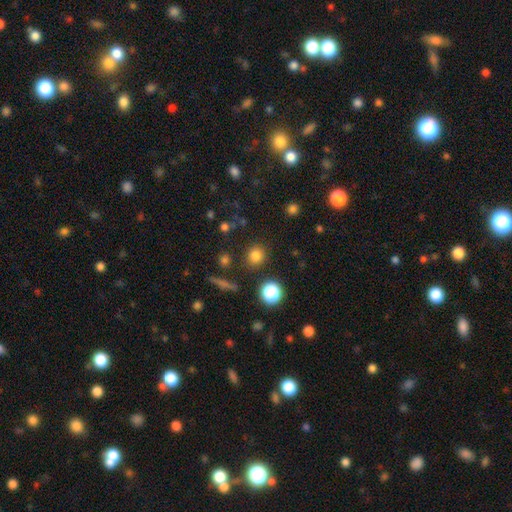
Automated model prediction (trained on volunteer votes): This is likely a smooth galaxy (79%). How rounded: clearly round (88%). Merging: clearly none (86%).